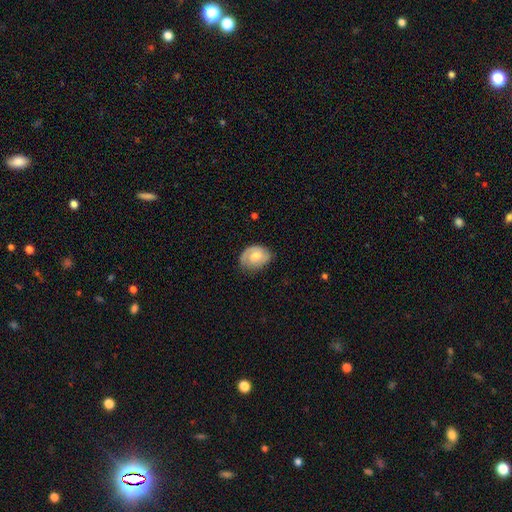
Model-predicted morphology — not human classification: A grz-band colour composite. It shows a featured or disk galaxy (56%) with no bar (58%), spiral arms (85%) and a moderate central bulge (59%). Merging: none (69%).